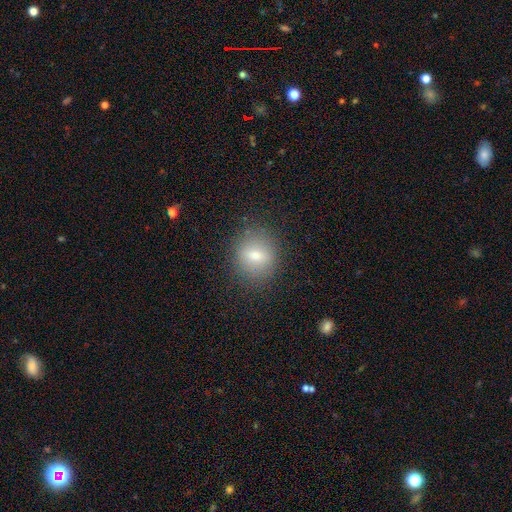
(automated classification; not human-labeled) Smooth or featured: smooth — 70% (featured or disk — 19%)
How rounded: round — 74% (in between — 24%)
Merging: none — 85% (minor disturbance — 10%)